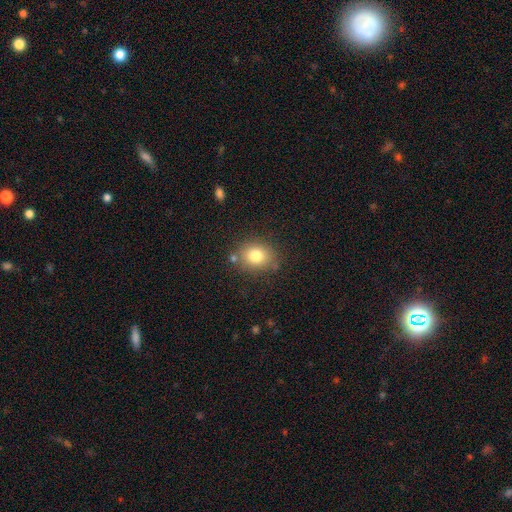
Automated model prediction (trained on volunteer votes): Smooth or featured?
  - smooth: 79% *
  - star or artifact: 11%
  - featured or disk: 10%
How rounded?
  - round: 57% *
  - in between: 43%
  - cigar-shaped: 1%
Merging?
  - none: 78% *
  - minor disturbance: 13%
  - merger: 5%
  - major disturbance: 4%